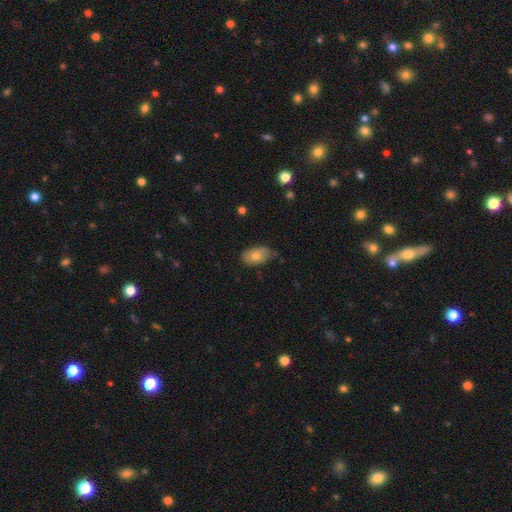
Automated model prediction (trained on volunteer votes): Smooth or featured? Predicted: smooth (p=0.74). How rounded? Predicted: in between (p=0.90). Merging? Predicted: none (p=0.76).